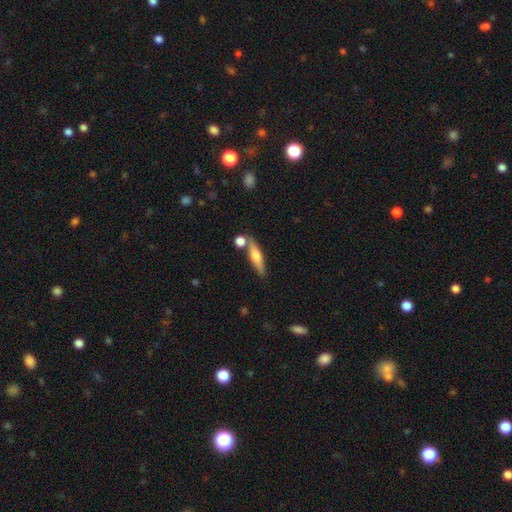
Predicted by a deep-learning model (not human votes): Morphology: type=smooth (55%); roundness=cigar-shaped (70%); merging=none (69%).